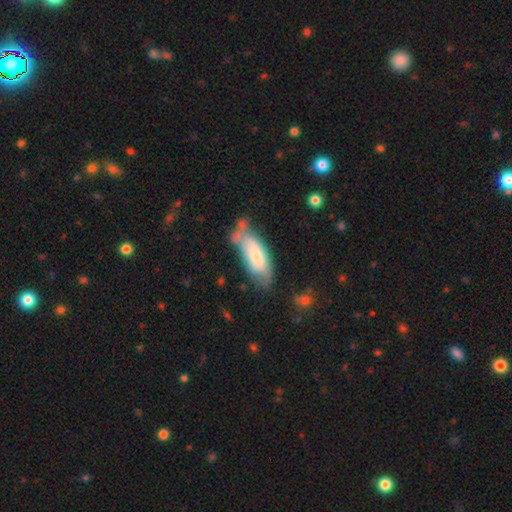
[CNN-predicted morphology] type=smooth (70%); roundness=in between (75%); merging=none (41%).